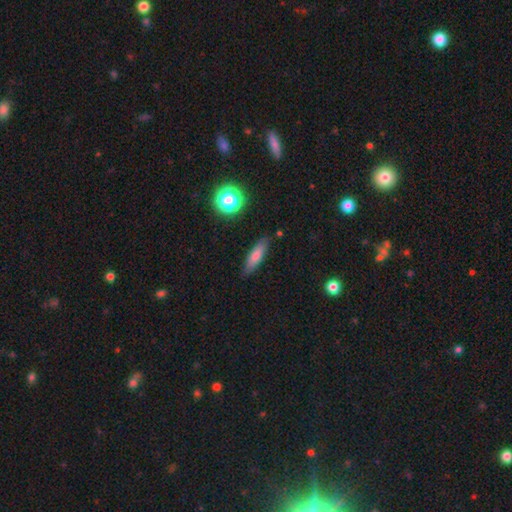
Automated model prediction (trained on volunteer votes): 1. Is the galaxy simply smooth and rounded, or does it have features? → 70% smooth, 21% featured or disk, 9% star or artifact.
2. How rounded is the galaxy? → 64% cigar-shaped, 33% in between, 3% round.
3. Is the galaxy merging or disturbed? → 83% none, 13% minor disturbance, 3% major disturbance, 2% merger.